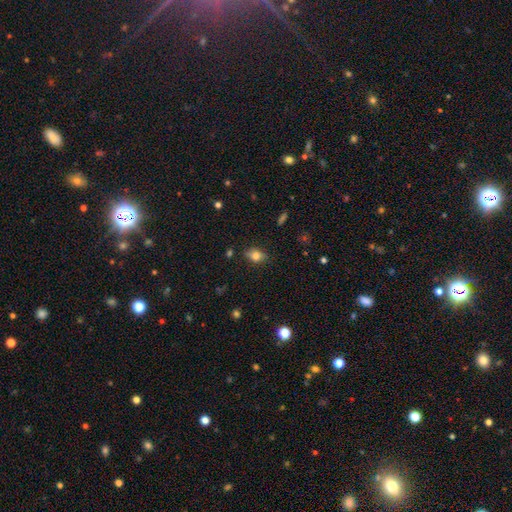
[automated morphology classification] type=smooth (74%); roundness=in between (77%); merging=none (78%).